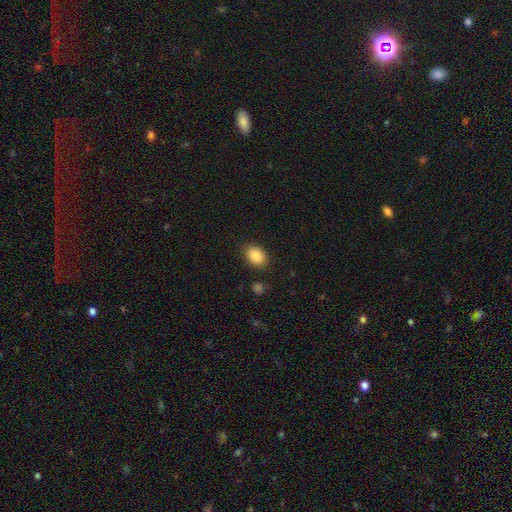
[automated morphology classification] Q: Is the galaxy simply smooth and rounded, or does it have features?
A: smooth — 87%.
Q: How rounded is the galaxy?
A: in between — 76%.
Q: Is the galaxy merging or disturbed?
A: none — 86%.